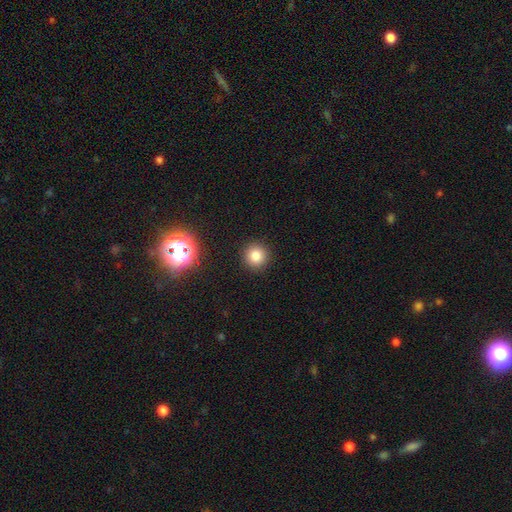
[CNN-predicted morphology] Smooth or featured?
  - smooth: 80% *
  - star or artifact: 15%
  - featured or disk: 5%
How rounded?
  - round: 94% *
  - in between: 5%
  - cigar-shaped: 1%
Merging?
  - none: 91% *
  - minor disturbance: 6%
  - major disturbance: 2%
  - merger: 1%